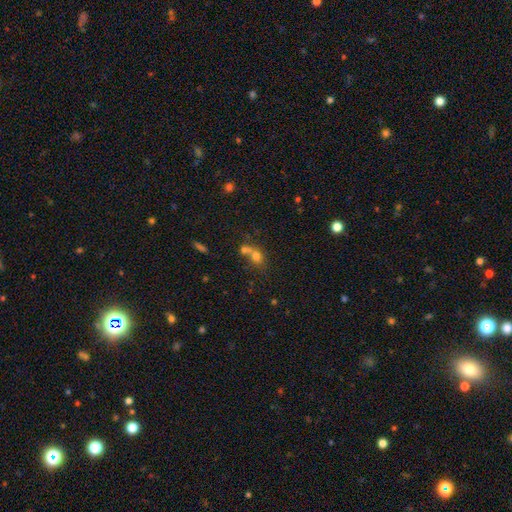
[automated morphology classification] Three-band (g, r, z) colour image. It shows a smooth galaxy with no disk features (69%) that is round (65%). Merging: merger (58%).